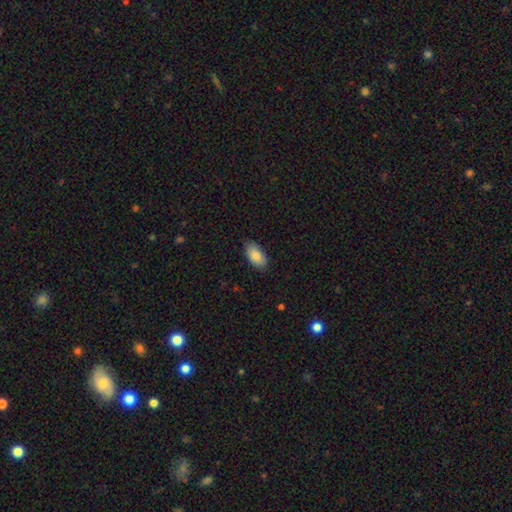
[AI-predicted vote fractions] A smooth galaxy with no disk features (85%) that is in between round and cigar-shaped (94%). Merging: none (83%).